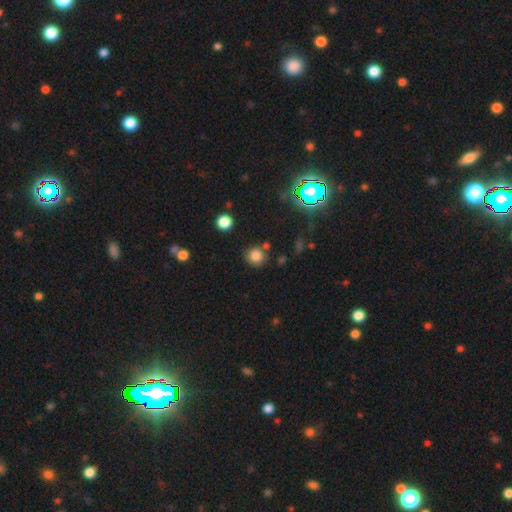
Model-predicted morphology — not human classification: Smooth or featured: smooth — 80% (star or artifact — 14%)
How rounded: round — 89% (in between — 10%)
Merging: none — 77% (minor disturbance — 11%)